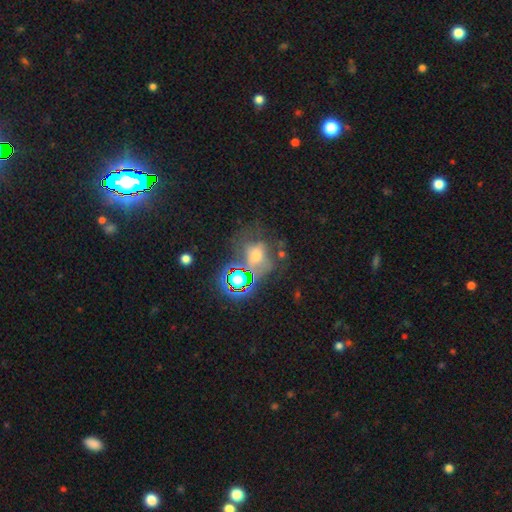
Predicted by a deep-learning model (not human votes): Smooth or featured?
  - smooth: 38% *
  - star or artifact: 35%
  - featured or disk: 27%
Merging?
  - none: 43% *
  - major disturbance: 26%
  - minor disturbance: 20%
  - merger: 11%